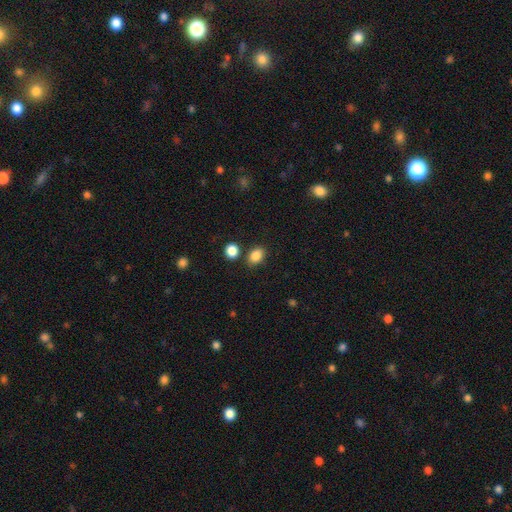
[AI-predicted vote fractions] The model was most divided on "how rounded": in between: 67%, round: 32%, cigar-shaped: 1%. More confident: smooth or featured — smooth (86%); merging — none (79%).